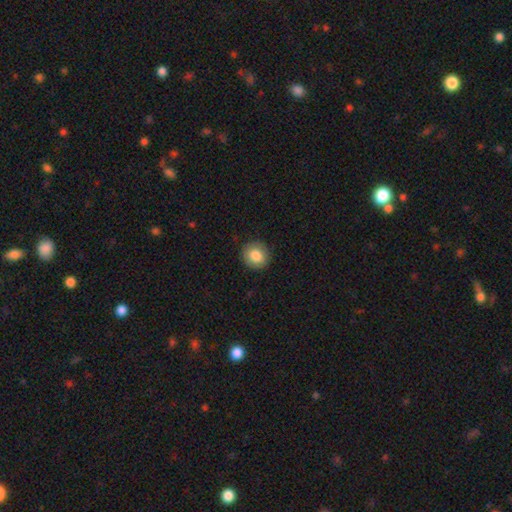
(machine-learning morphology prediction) A smooth galaxy with no disk features (84%) that is round (88%). Merging: none (90%).